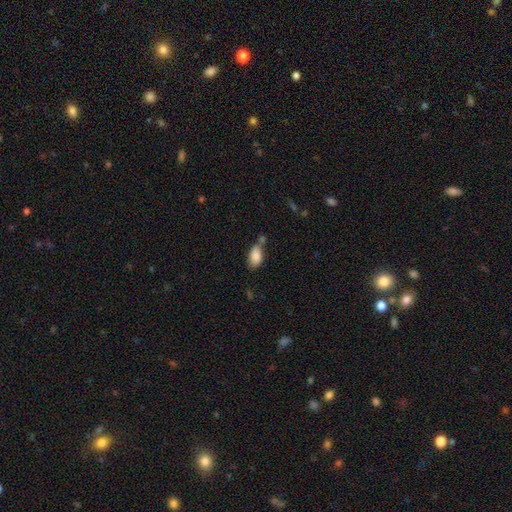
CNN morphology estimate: type=smooth (86%); roundness=in between (92%); merging=none (50%).